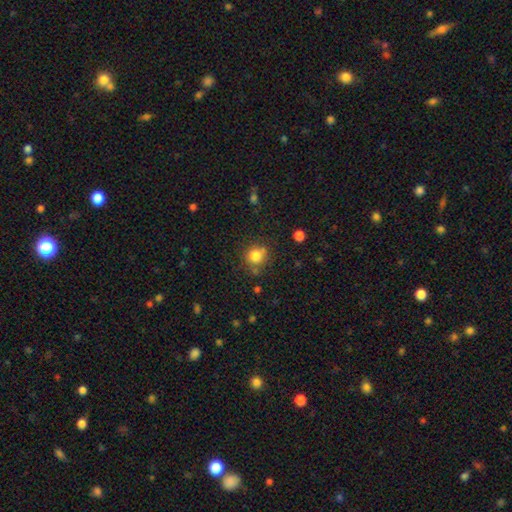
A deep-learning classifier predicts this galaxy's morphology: A smooth galaxy with no disk features (80%) that is round (85%). Merging: none (67%).